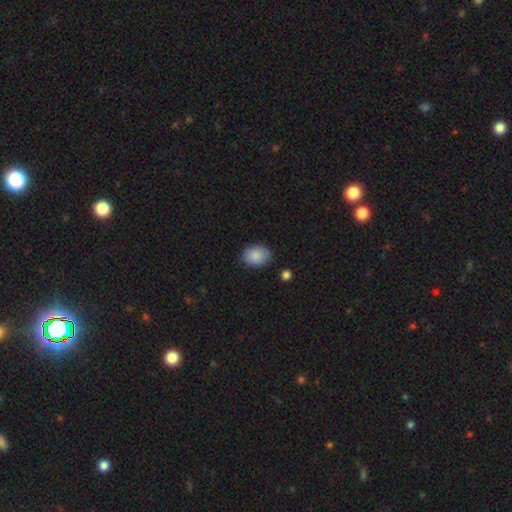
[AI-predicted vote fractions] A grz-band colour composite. It shows a smooth galaxy with no disk features (88%) that is in between round and cigar-shaped (69%). Merging: none (83%).